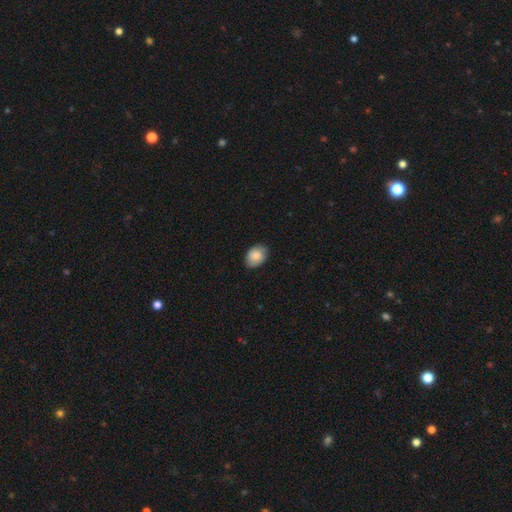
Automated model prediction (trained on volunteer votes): Smooth or featured? Predicted: smooth (p=0.82). How rounded? Predicted: in between (p=0.77). Merging? Predicted: none (p=0.81).